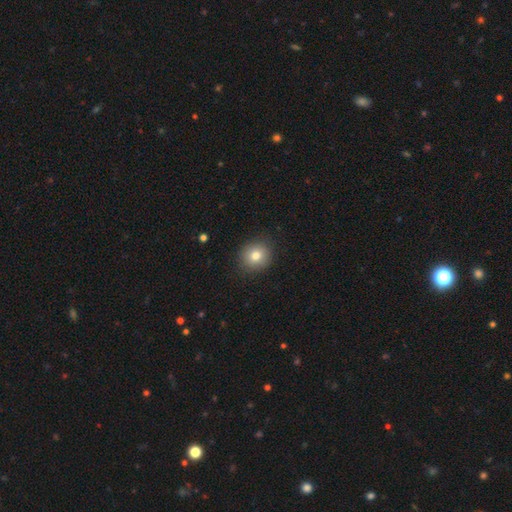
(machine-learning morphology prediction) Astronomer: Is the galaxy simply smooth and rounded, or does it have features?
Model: smooth — 79%.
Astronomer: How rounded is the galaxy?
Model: round — 85%.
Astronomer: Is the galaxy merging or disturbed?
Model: none — 89%.